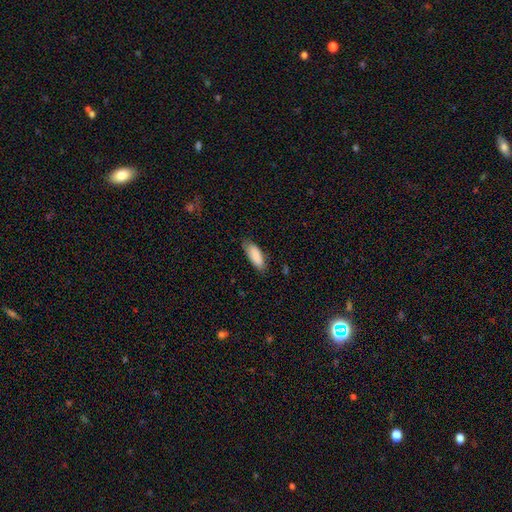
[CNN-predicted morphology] type=smooth (88%); roundness=in between (76%); merging=none (77%).